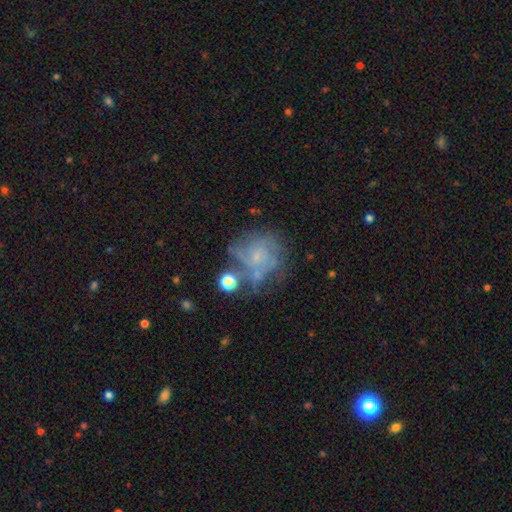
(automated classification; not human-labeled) Morphology: type=featured or disk (63%); edge-on=no (98%); bar=no (77%); spiral arms=yes (77%); bulge=small (71%); merging=none (53%).